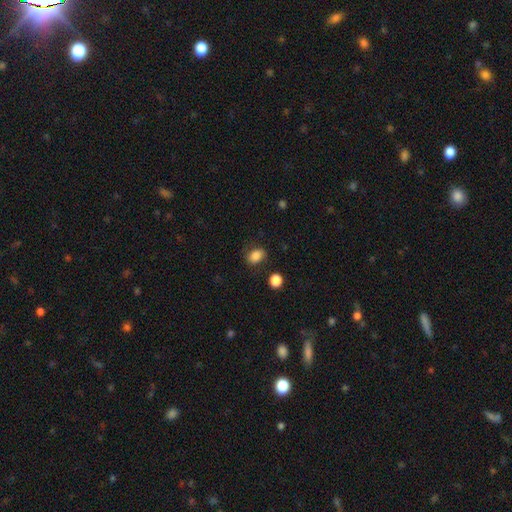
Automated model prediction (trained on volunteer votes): A smooth galaxy with no disk features (83%) that is in between round and cigar-shaped (71%). Merging: none (75%).